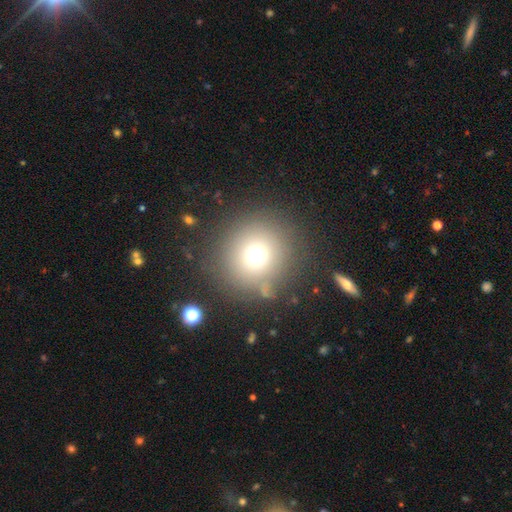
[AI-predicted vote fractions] This appears to be a smooth galaxy with no disk features (72%) that is round (92%). Merging: none (83%).